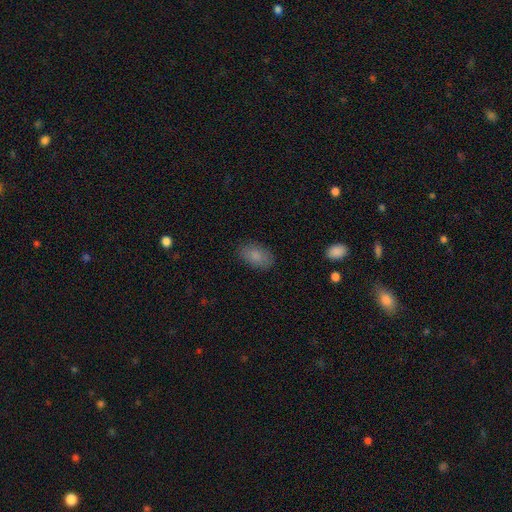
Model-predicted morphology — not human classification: smooth_or_featured: smooth (p=0.85) [alt: featured or disk p=0.08]
how_rounded: in between (p=0.92) [alt: round p=0.06]
merging: none (p=0.84) [alt: minor disturbance p=0.12]